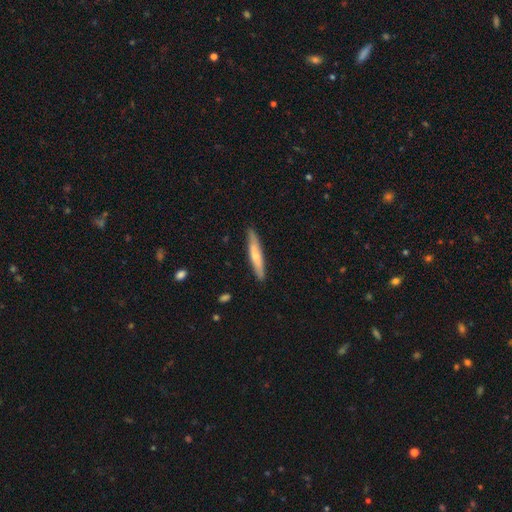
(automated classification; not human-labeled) A smooth galaxy with no disk features (55%) that is cigar-shaped (92%).

Vote fractions:
- Smooth or featured? smooth: 55% / featured or disk: 40% / star or artifact: 5%
- How rounded? cigar-shaped: 92% / in between: 7% / round: 1%
- Merging? none: 87% / minor disturbance: 10% / major disturbance: 2% / merger: 1%